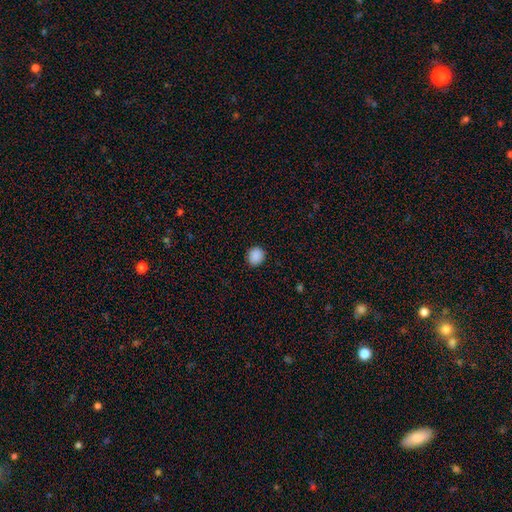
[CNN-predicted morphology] The model was most divided on "how rounded": round: 76%, in between: 23%, cigar-shaped: 1%. More confident: merging — none (90%); smooth or featured — smooth (89%).